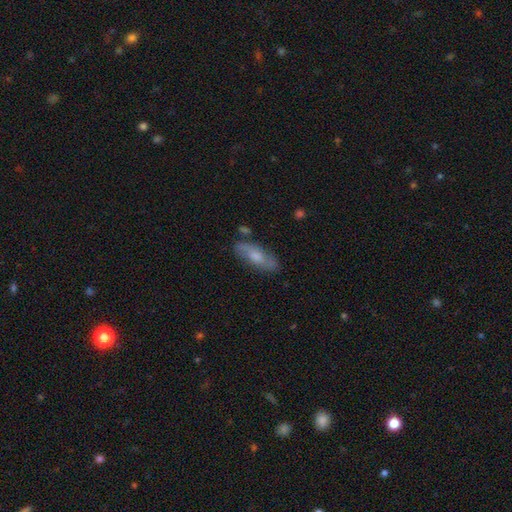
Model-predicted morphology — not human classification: A smooth galaxy with no disk features (49%). Merging: none (74%).